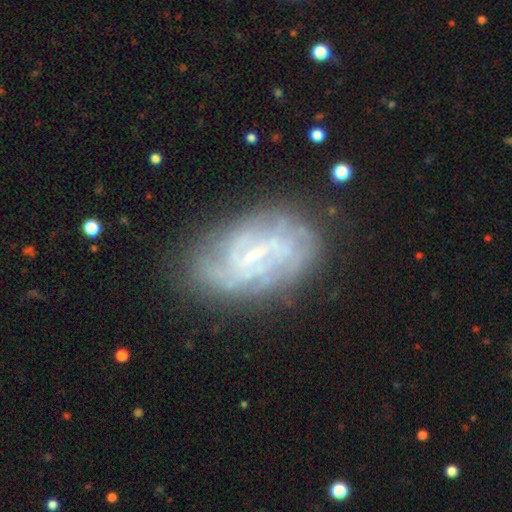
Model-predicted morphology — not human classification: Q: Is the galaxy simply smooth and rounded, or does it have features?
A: featured or disk — 79%.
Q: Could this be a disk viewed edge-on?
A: no — 96%.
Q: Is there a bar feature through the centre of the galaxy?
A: weak — 51%.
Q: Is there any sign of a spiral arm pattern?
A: yes — 88%.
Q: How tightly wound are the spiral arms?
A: tight — 57%.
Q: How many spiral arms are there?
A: can't tell — 43%.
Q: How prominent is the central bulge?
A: small — 59%.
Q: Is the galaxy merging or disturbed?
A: none — 71%.